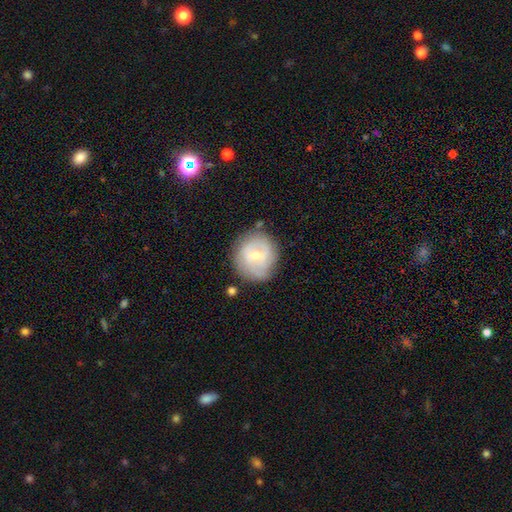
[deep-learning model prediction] The model was most divided on "bulge size": moderate: 49%, small: 46%, large: 2%, none: 2%, dominant: 1%. More confident: edge-on disk — no (97%); spiral arms — yes (79%); merging — none (73%); smooth or featured — featured or disk (65%); bar — weak (57%).